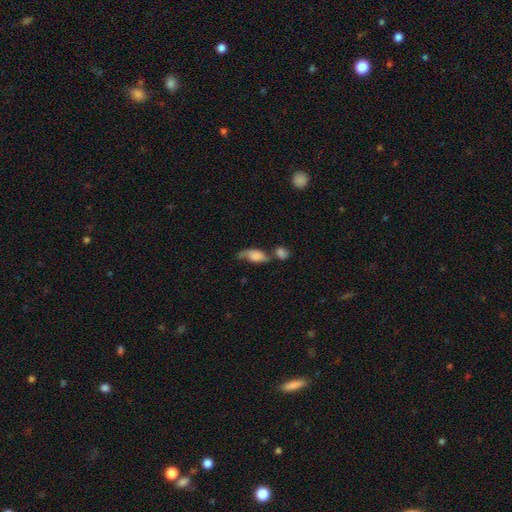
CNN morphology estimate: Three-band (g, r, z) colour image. It shows a smooth galaxy with no disk features (65%) that is in between round and cigar-shaped (81%). Merging: merger (35%).